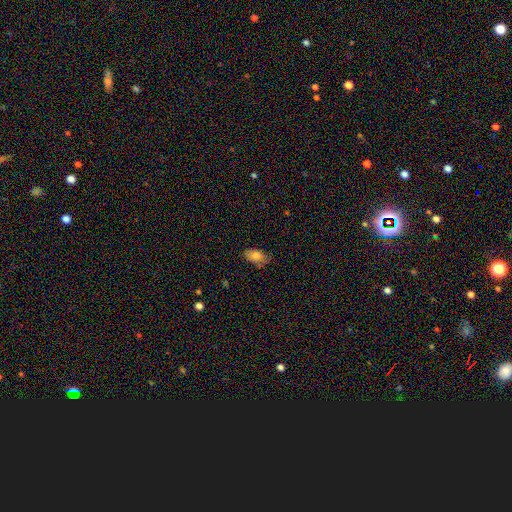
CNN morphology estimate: Overall: smooth (76%). How rounded: in between (90%). Merging: none (65%; minor disturbance 28%).